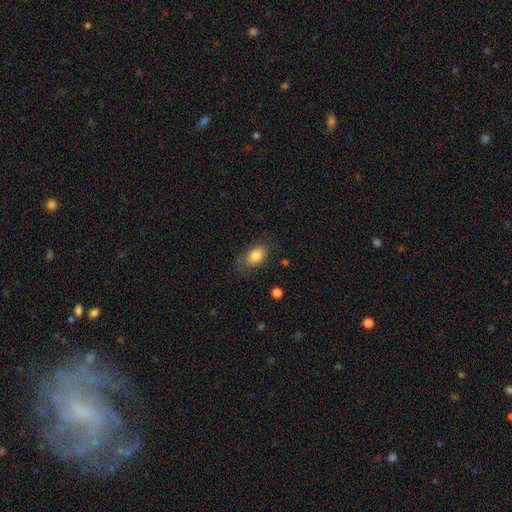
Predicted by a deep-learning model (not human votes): Smooth or featured? smooth (82%)
How rounded? in between (86%)
Merging? none (70%)